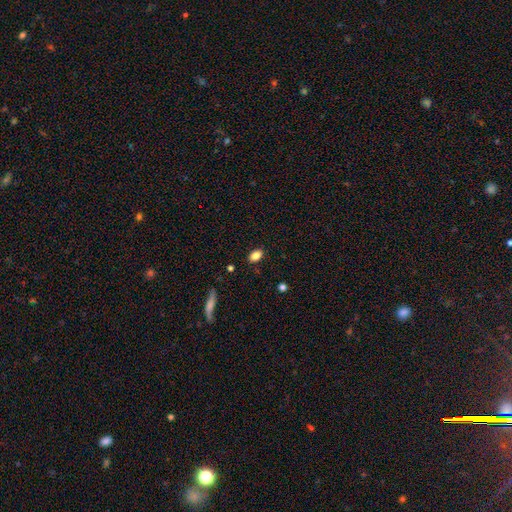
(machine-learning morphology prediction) smooth-or-featured: smooth: 85% | star or artifact: 9% | featured or disk: 6%
  how-rounded: in between: 86% | round: 11% | cigar-shaped: 3%
  merging: none: 86% | minor disturbance: 10% | major disturbance: 2% | merger: 2%